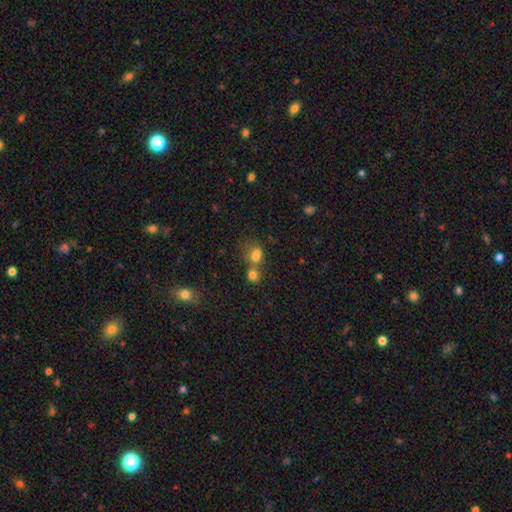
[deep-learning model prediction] Morphology: type=smooth (73%); roundness=round (52%); merging=merger (53%).